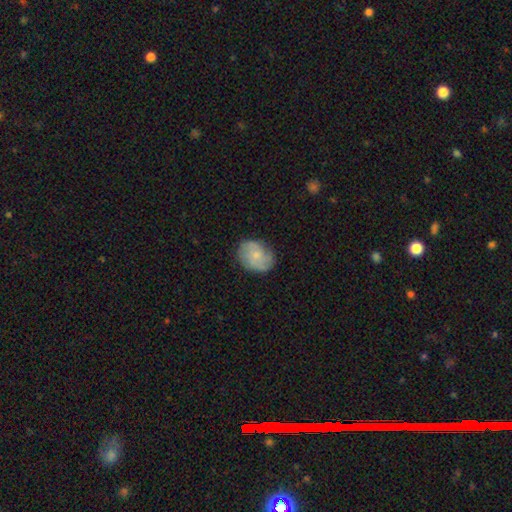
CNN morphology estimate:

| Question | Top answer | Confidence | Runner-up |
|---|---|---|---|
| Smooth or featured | featured or disk | 47% | smooth (46%) |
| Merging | none | 75% | minor disturbance (19%) |